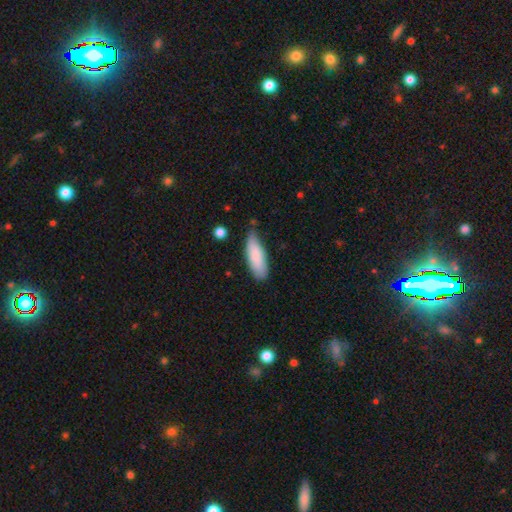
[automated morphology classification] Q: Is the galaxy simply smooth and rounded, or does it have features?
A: smooth — 85%.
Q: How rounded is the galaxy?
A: in between — 61%.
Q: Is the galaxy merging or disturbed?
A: none — 66%.